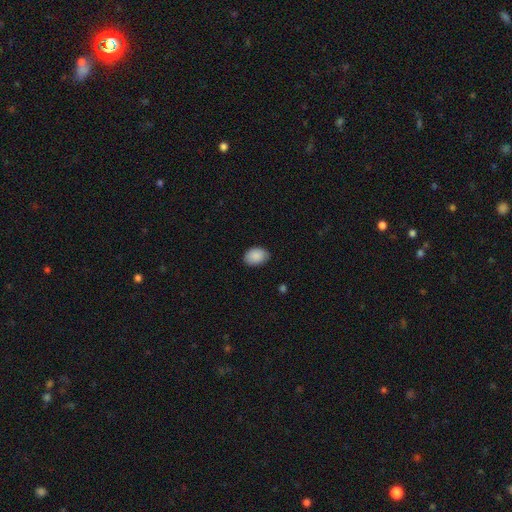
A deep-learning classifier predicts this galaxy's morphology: Q: Smooth or featured?
A: smooth (89%); runner-up: star or artifact (7%)
Q: How rounded?
A: in between (78%); runner-up: round (21%)
Q: Merging?
A: none (81%); runner-up: minor disturbance (16%)